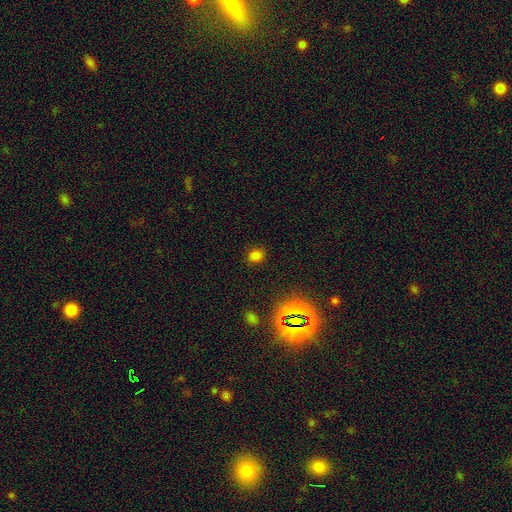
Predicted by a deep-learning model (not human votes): Morphology: type=smooth (73%); roundness=round (59%); merging=none (86%).